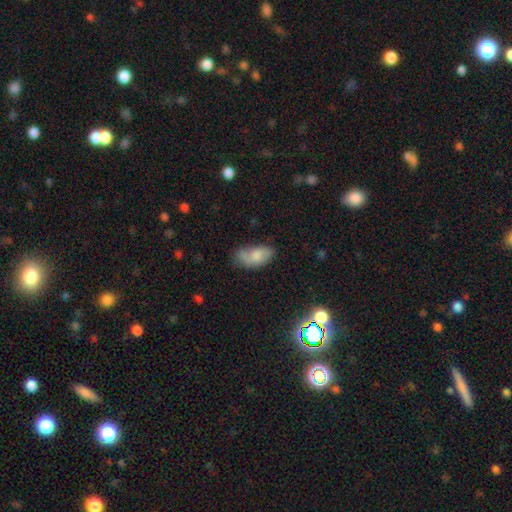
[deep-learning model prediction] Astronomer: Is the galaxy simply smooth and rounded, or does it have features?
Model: smooth — 65%.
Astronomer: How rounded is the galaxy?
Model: in between — 93%.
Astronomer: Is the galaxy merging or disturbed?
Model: none — 54% (runner-up: minor disturbance, 31%).